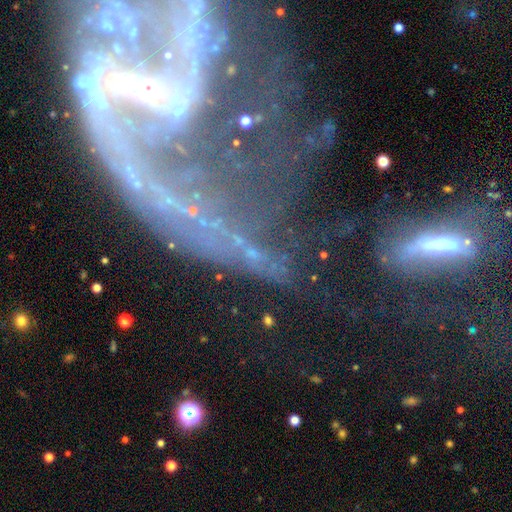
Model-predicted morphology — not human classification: This appears to be a featured or disk galaxy (53%). Merging: none (47%).